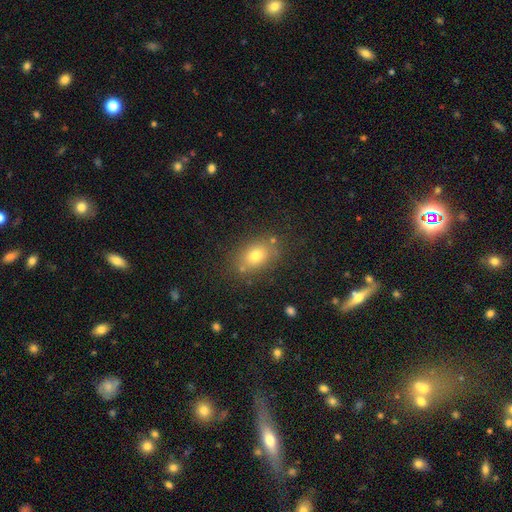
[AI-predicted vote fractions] The model was most divided on "how rounded": in between: 70%, round: 29%, cigar-shaped: 2%. More confident: merging — none (78%); smooth or featured — smooth (75%).